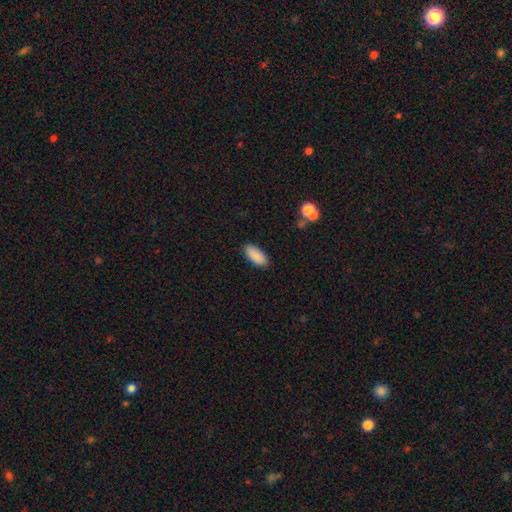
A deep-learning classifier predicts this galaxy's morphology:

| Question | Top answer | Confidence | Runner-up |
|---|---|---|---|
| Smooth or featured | smooth | 89% | star or artifact (7%) |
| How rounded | in between | 85% | cigar-shaped (13%) |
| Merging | none | 87% | minor disturbance (9%) |